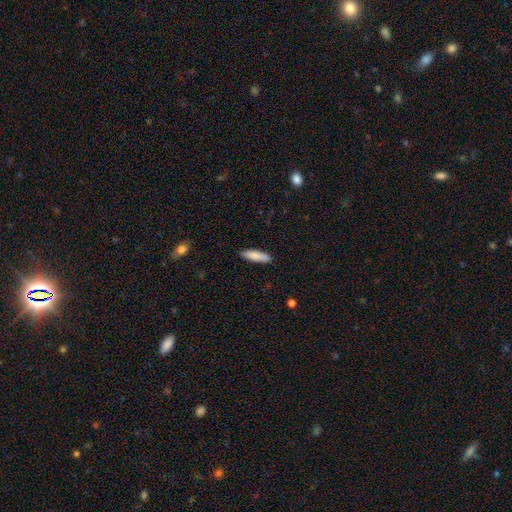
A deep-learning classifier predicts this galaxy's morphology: A smooth galaxy with no disk features (85%) that is cigar-shaped (67%).

Vote fractions:
- Smooth or featured? smooth: 85% / featured or disk: 9% / star or artifact: 6%
- How rounded? cigar-shaped: 67% / in between: 32% / round: 2%
- Merging? none: 88% / minor disturbance: 9% / major disturbance: 2% / merger: 1%